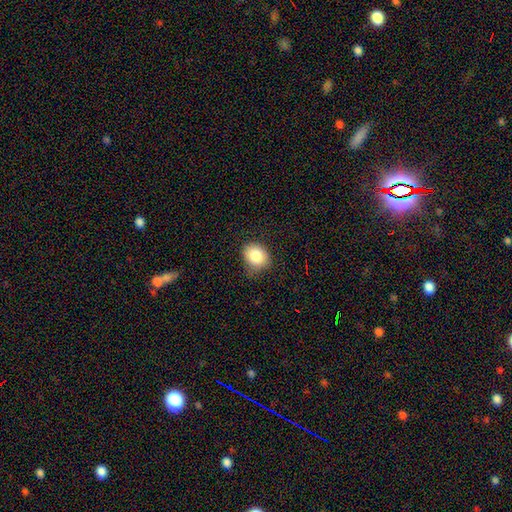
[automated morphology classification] type=smooth (84%); roundness=round (56%); merging=none (72%).